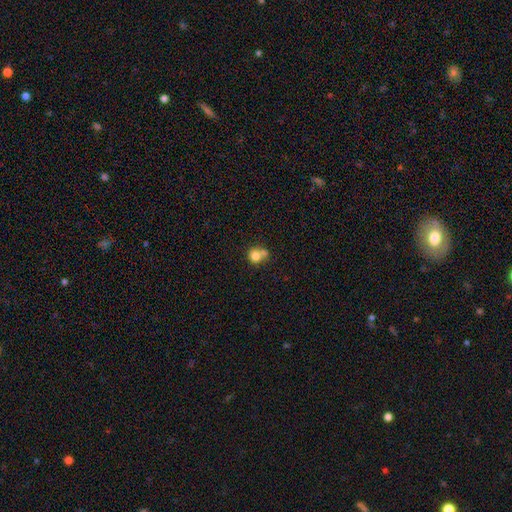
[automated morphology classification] Q: Smooth or featured?
A: smooth (78%); runner-up: featured or disk (11%)
Q: How rounded?
A: round (83%); runner-up: in between (16%)
Q: Merging?
A: merger (46%); runner-up: none (41%)